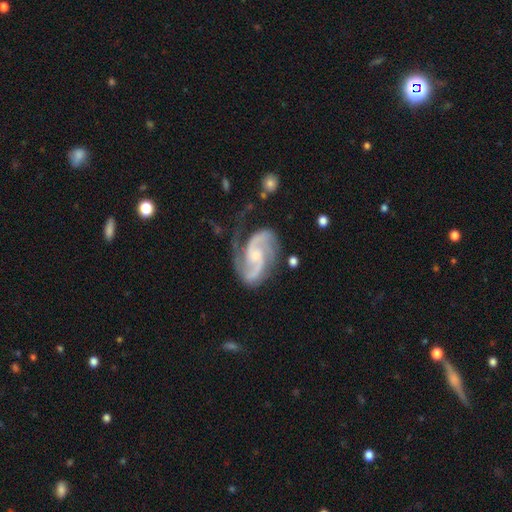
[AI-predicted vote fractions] Morphology: type=featured or disk (93%); edge-on=no (98%); bar=no (51%); spiral arms=yes (98%); winding=medium (58%); arm count=2 (87%); bulge=small (51%); merging=none (64%).